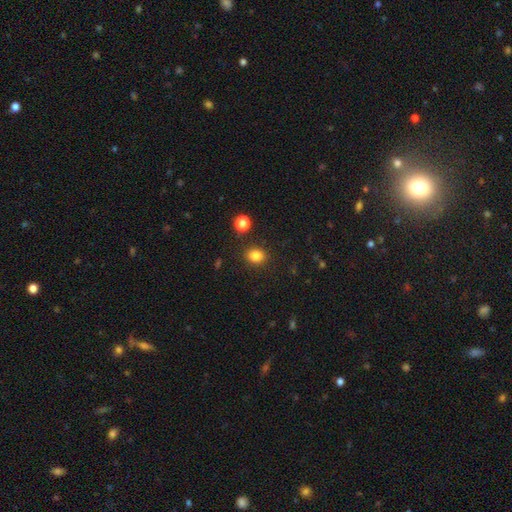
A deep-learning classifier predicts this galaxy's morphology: smooth 83%, star or artifact 12%, featured or disk 5%. Down the decision tree: how rounded — round (59%); merging — none (86%).